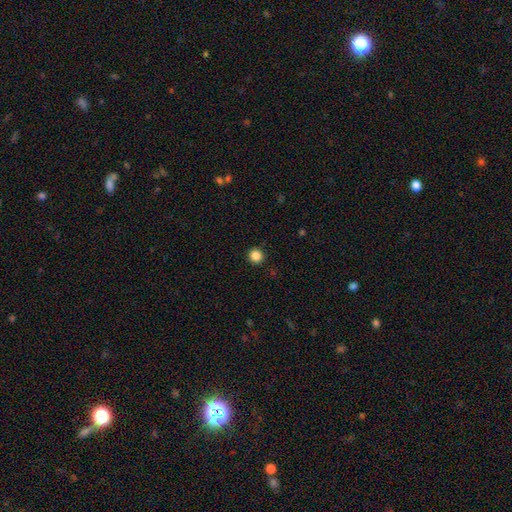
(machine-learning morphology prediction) This is clearly a smooth galaxy (86%). How rounded: clearly round (95%). Merging: clearly none (93%).